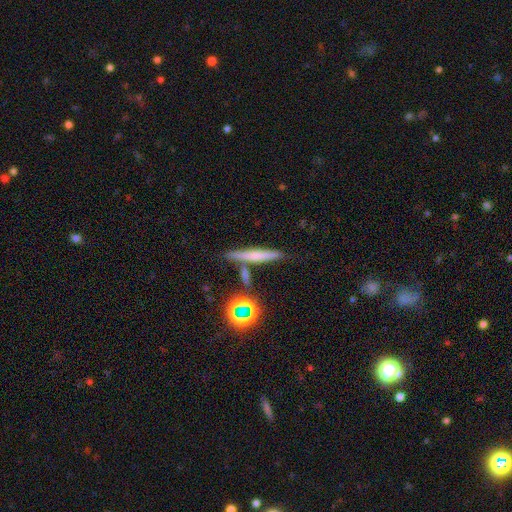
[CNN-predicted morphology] Smooth or featured? Predicted: smooth (p=0.50). Merging? Predicted: none (p=0.76).